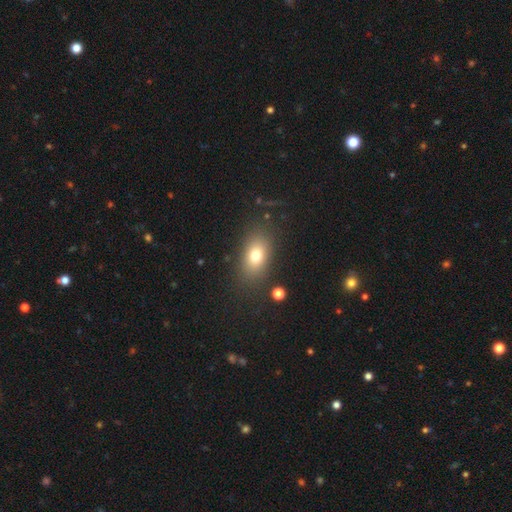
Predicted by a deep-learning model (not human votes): The model was most divided on "smooth or featured": smooth: 74%, featured or disk: 14%, star or artifact: 12%. More confident: merging — none (82%); how rounded — in between (80%).